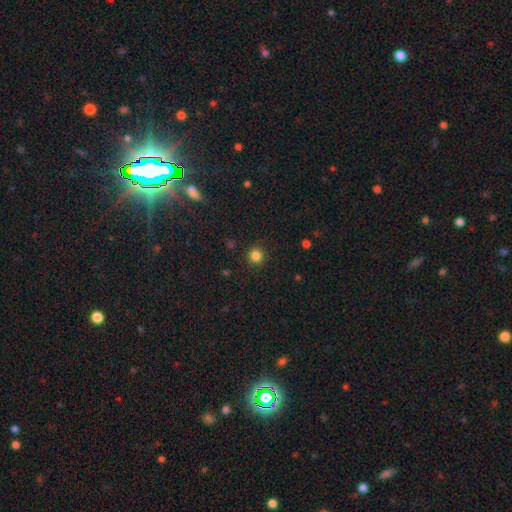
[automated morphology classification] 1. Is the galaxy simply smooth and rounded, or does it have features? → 83% smooth, 13% star or artifact, 4% featured or disk.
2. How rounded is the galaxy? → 94% round, 5% in between, 1% cigar-shaped.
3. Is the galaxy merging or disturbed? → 91% none, 6% minor disturbance, 2% major disturbance, 1% merger.